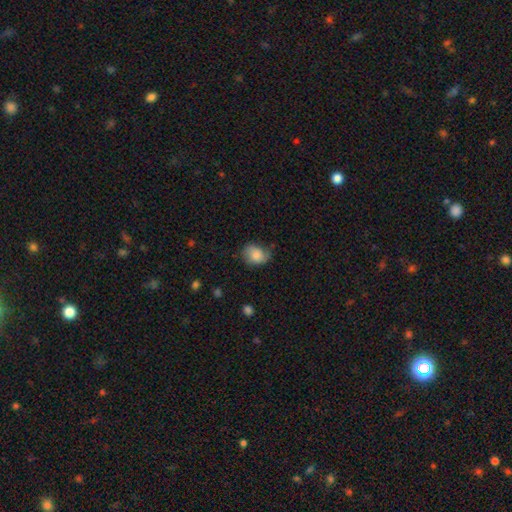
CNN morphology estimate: The model was most divided on "how rounded": in between: 56%, round: 43%, cigar-shaped: 1%. More confident: smooth or featured — smooth (77%); merging — none (52%).